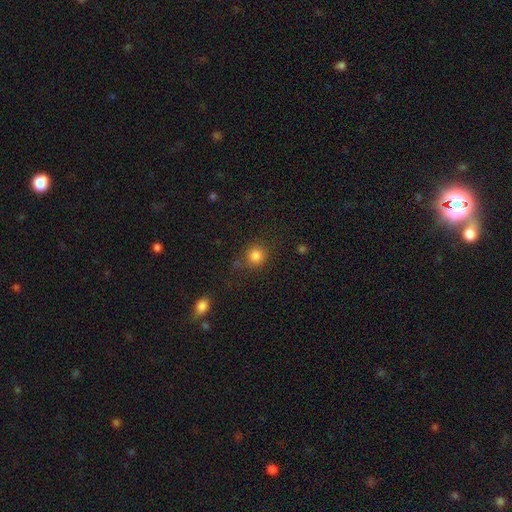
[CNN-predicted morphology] smooth 83%, star or artifact 12%, featured or disk 5%. Down the decision tree: how rounded — round (86%); merging — none (72%).